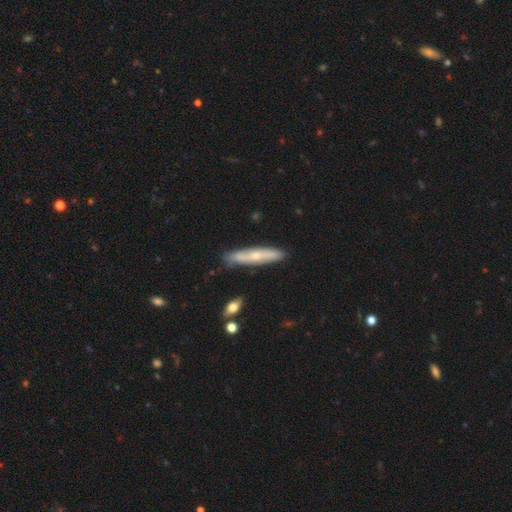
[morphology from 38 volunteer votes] smooth_or_featured: featured or disk (p=0.66) [alt: smooth p=0.32]
disk_edge_on: yes (p=0.72) [alt: no p=0.28]
edge_on_bulge: rounded (p=0.67) [alt: none p=0.28]
merging: none (p=0.57) [alt: minor disturbance p=0.19]